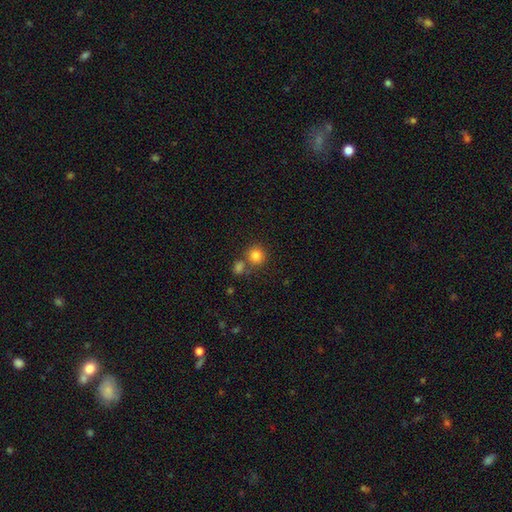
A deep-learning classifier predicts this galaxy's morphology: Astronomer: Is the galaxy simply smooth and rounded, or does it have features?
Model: smooth — 82%.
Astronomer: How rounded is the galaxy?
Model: round — 90%.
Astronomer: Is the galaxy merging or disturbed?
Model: none — 65%.